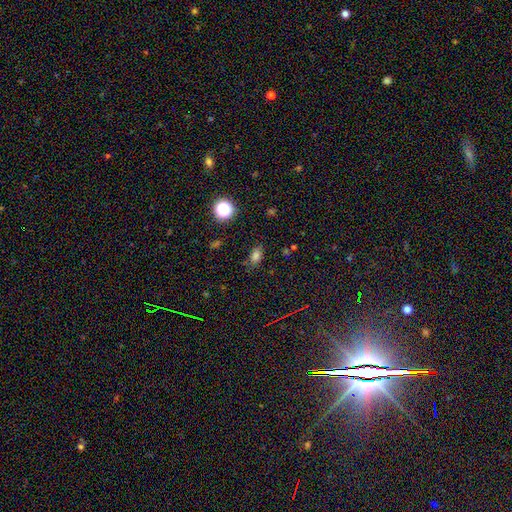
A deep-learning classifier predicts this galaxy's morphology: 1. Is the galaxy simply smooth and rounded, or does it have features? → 75% smooth, 18% star or artifact, 7% featured or disk.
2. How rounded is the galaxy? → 83% in between, 13% round, 4% cigar-shaped.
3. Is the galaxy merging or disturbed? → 76% none, 17% minor disturbance, 5% major disturbance, 2% merger.